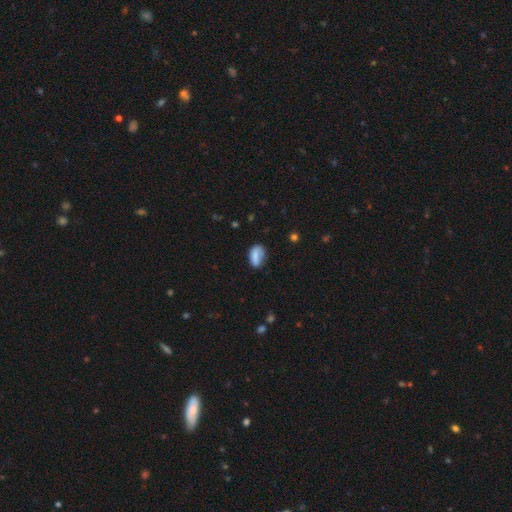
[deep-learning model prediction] Smooth or featured? Predicted: smooth (p=0.79). How rounded? Predicted: in between (p=0.87). Merging? Predicted: none (p=0.60).